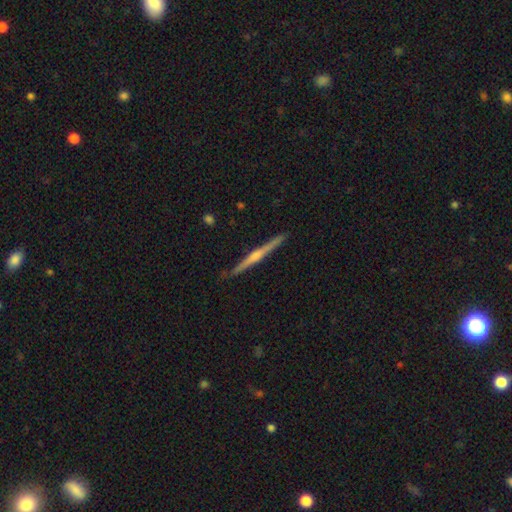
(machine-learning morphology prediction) A featured or disk galaxy (79%) viewed edge-on (98%) with a rounded central bulge (80%).

Vote fractions:
- Smooth or featured? featured or disk: 79% / smooth: 15% / star or artifact: 6%
- Edge-on disk? yes: 98% / no: 2%
- Edge-on bulge? rounded: 80% / none: 14% / boxy: 6%
- Merging? none: 91% / minor disturbance: 7% / major disturbance: 1% / merger: 1%